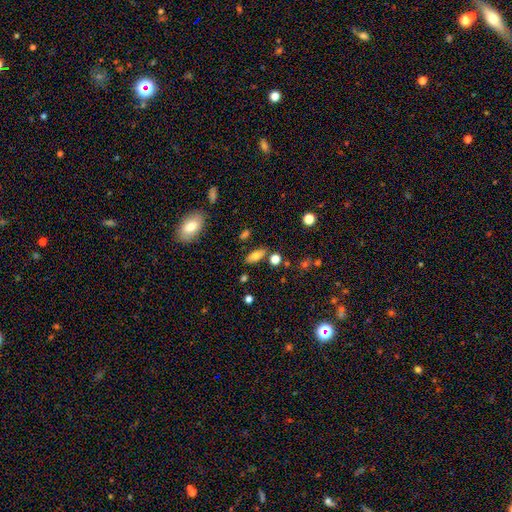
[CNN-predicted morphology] This appears to be a smooth galaxy with no disk features (76%) that is in between round and cigar-shaped (78%). Merging: none (80%).